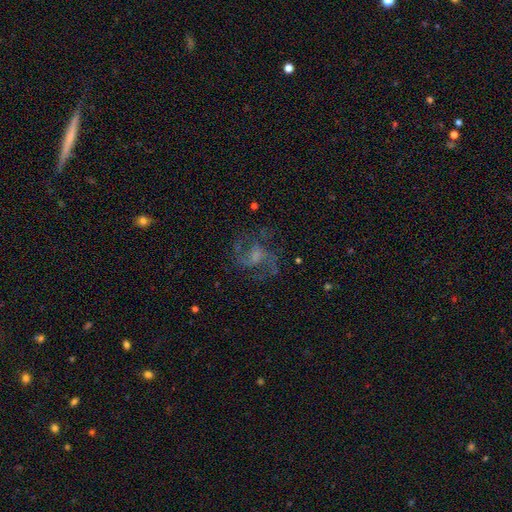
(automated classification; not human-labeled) Smooth or featured? Predicted: featured or disk (p=0.77). Edge-on disk? Predicted: no (p=0.97). Bar? Predicted: no (p=0.49). Spiral arms? Predicted: yes (p=0.92). Spiral winding? Predicted: medium (p=0.52). Spiral arm count? Predicted: 2 (p=0.55). Bulge size? Predicted: small (p=0.38). Merging? Predicted: none (p=0.68).